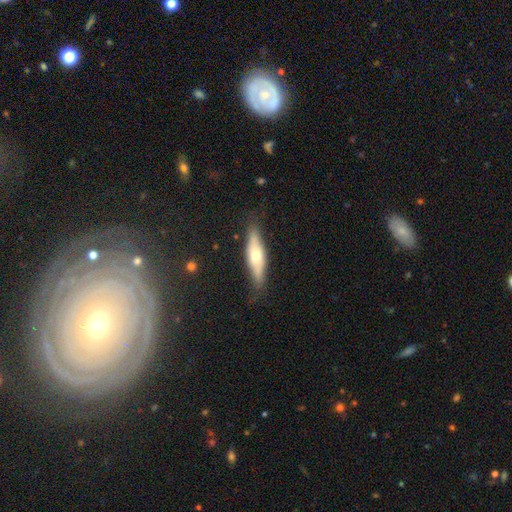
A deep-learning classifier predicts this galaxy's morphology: A smooth galaxy with no disk features (48%).

Vote fractions:
- Smooth or featured? smooth: 48% / featured or disk: 46% / star or artifact: 6%
- Merging? none: 77% / minor disturbance: 17% / major disturbance: 4% / merger: 1%